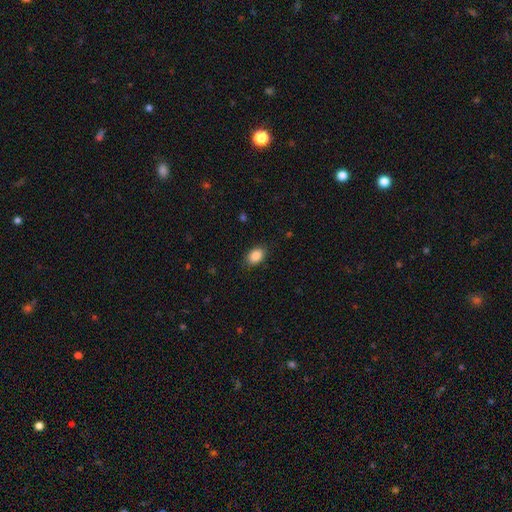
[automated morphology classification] Smooth or featured? smooth (88%)
How rounded? in between (79%)
Merging? none (86%)